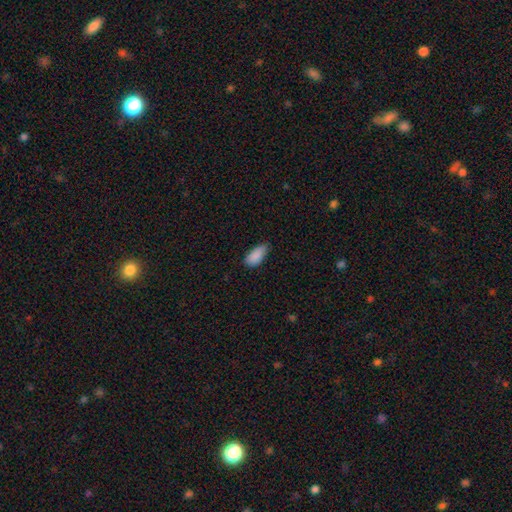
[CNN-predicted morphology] Q: Smooth or featured?
A: smooth (89%); runner-up: star or artifact (7%)
Q: How rounded?
A: in between (90%); runner-up: cigar-shaped (8%)
Q: Merging?
A: none (71%); runner-up: minor disturbance (25%)